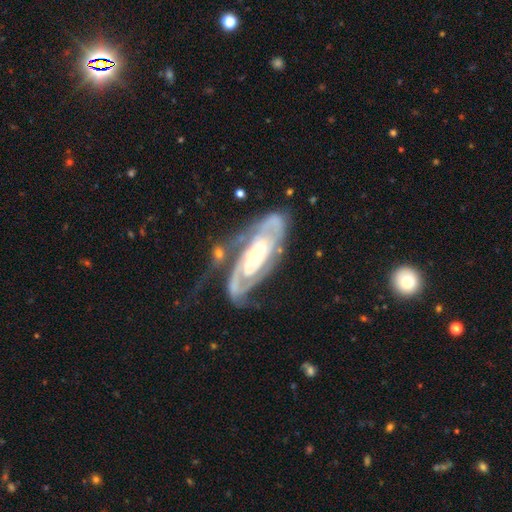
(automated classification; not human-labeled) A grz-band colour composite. It shows a featured or disk galaxy (89%) with no bar (64%), 2 (58%) tight (67%) spiral arms (94%) and a moderate central bulge (53%). Merging: none (50%).